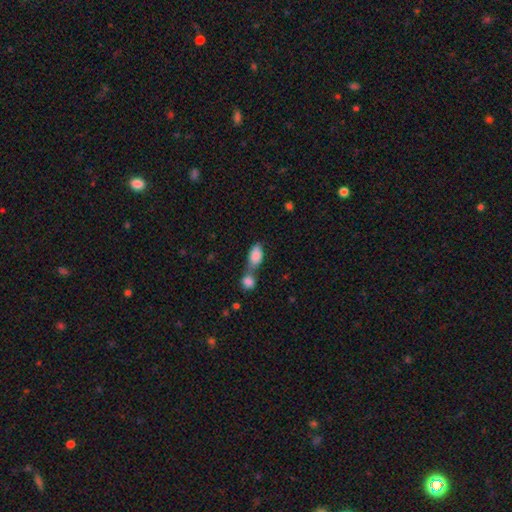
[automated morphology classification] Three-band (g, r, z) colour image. It shows a smooth galaxy with no disk features (85%) that is in between round and cigar-shaped (89%). Merging: merger (62%).